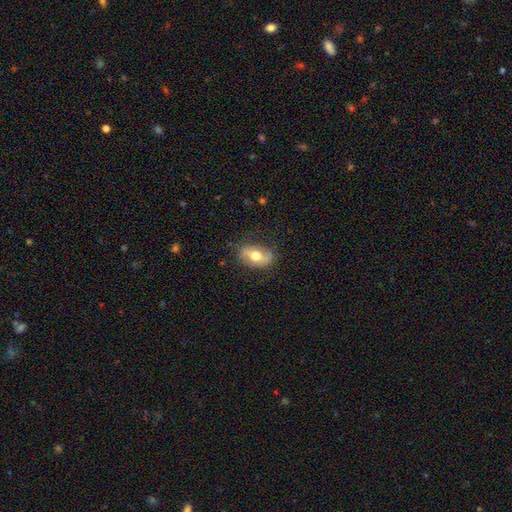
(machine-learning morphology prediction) Smooth or featured: smooth — 48% (featured or disk — 45%)
Merging: none — 75% (minor disturbance — 18%)